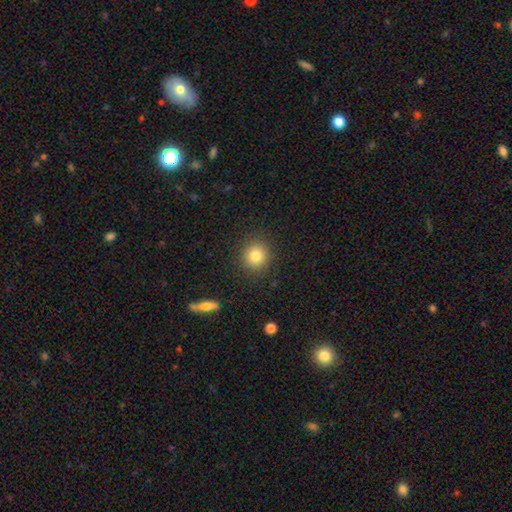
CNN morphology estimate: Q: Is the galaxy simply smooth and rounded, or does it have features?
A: smooth — 82%.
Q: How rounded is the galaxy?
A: round — 91%.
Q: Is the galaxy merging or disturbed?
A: none — 90%.